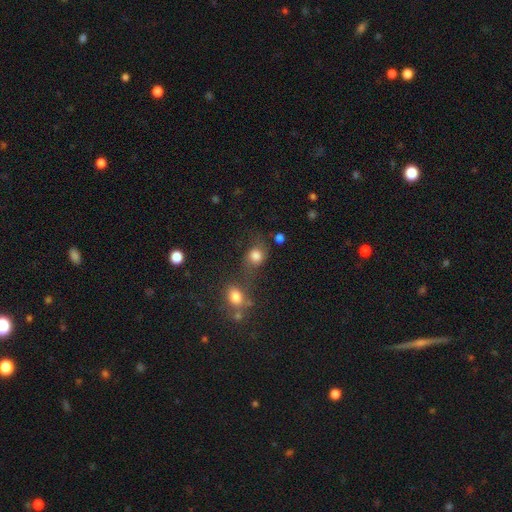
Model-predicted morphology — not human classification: A smooth galaxy with no disk features (77%) that is round (63%). Merging: none (44%).